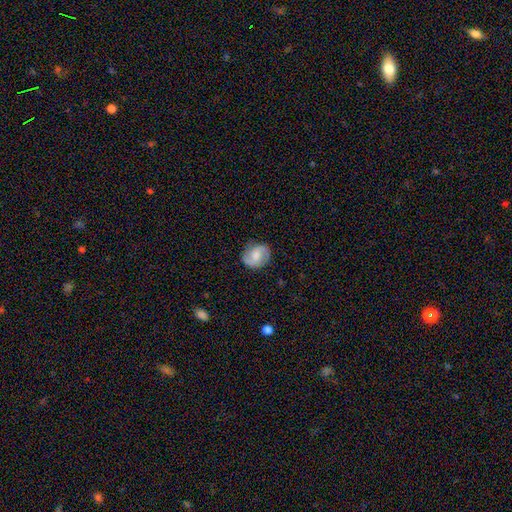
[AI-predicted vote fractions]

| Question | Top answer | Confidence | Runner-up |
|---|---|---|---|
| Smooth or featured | featured or disk | 64% | smooth (29%) |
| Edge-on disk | no | 98% | yes (2%) |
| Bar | no | 47% | weak (44%) |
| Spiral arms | yes | 93% | no (7%) |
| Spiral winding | medium | 49% | loose (29%) |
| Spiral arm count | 2 | 89% | can't tell (5%) |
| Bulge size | moderate | 52% | small (25%) |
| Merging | none | 82% | minor disturbance (13%) |